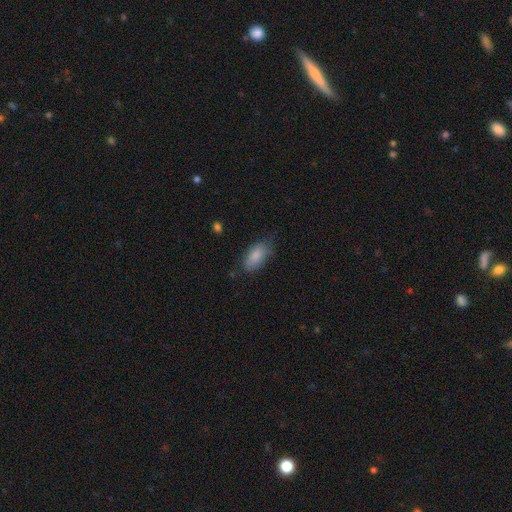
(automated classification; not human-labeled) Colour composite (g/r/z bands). It shows a smooth galaxy with no disk features (85%) that is in between round and cigar-shaped (92%). Merging: none (68%).